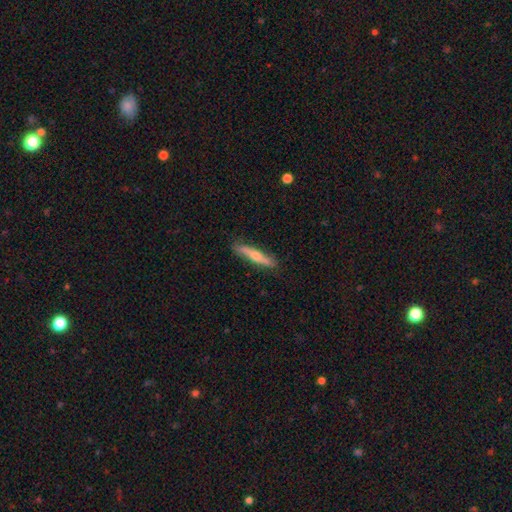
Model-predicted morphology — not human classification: Smooth or featured? Predicted: featured or disk (p=0.51). Edge-on disk? Predicted: yes (p=0.87). Merging? Predicted: none (p=0.85).